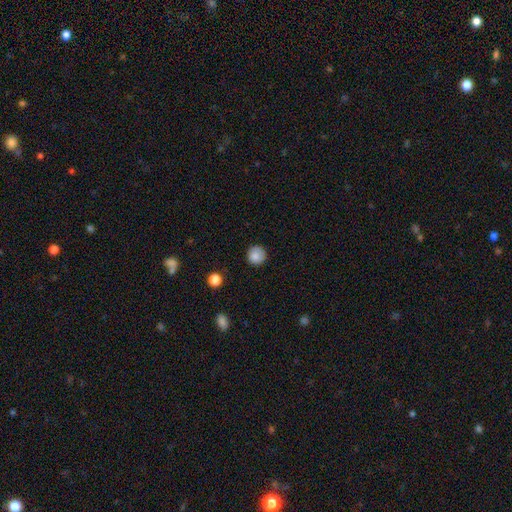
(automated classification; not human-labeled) Q: Smooth or featured?
A: smooth (84%); runner-up: star or artifact (9%)
Q: How rounded?
A: round (94%); runner-up: in between (5%)
Q: Merging?
A: none (86%); runner-up: minor disturbance (11%)